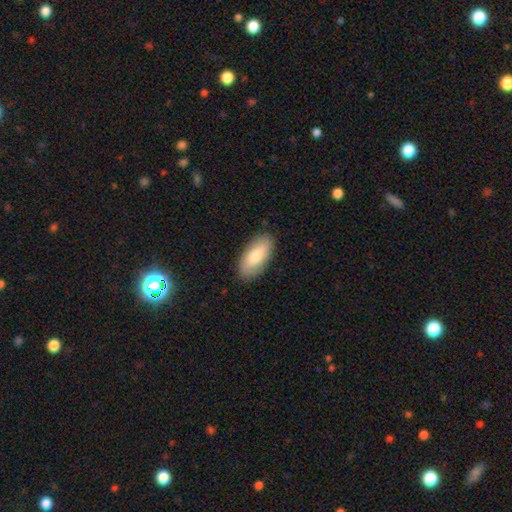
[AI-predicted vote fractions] Smooth or featured?
  - smooth: 77% *
  - featured or disk: 17%
  - star or artifact: 5%
How rounded?
  - in between: 89% *
  - cigar-shaped: 8%
  - round: 2%
Merging?
  - none: 87% *
  - minor disturbance: 10%
  - major disturbance: 2%
  - merger: 1%